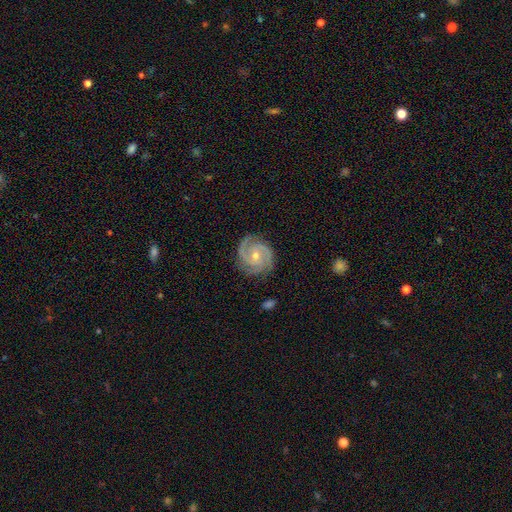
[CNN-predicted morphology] smooth_or_featured: featured or disk (p=0.92) [alt: star or artifact p=0.04]
disk_edge_on: no (p=0.98) [alt: yes p=0.02]
bar: no (p=0.64) [alt: weak p=0.28]
has_spiral_arms: yes (p=0.99) [alt: no p=0.01]
spiral_winding: tight (p=0.63) [alt: medium p=0.33]
spiral_arm_count: 2 (p=0.47) [alt: 3 p=0.38]
bulge_size: small (p=0.59) [alt: moderate p=0.38]
merging: none (p=0.84) [alt: minor disturbance p=0.13]